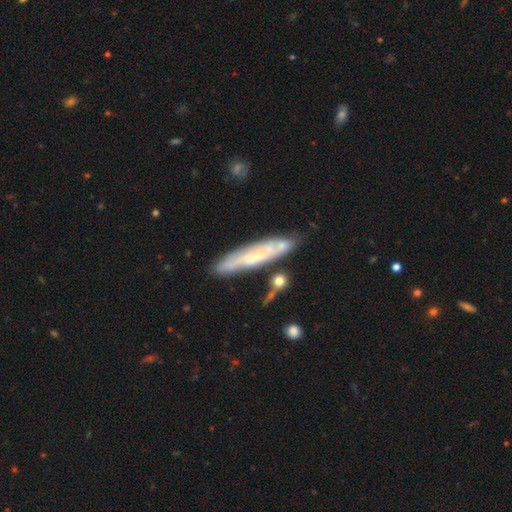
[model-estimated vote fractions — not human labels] The model was most divided on "edge-on disk": yes: 54%, no: 46%. More confident: merging — none (69%); smooth or featured — featured or disk (59%).